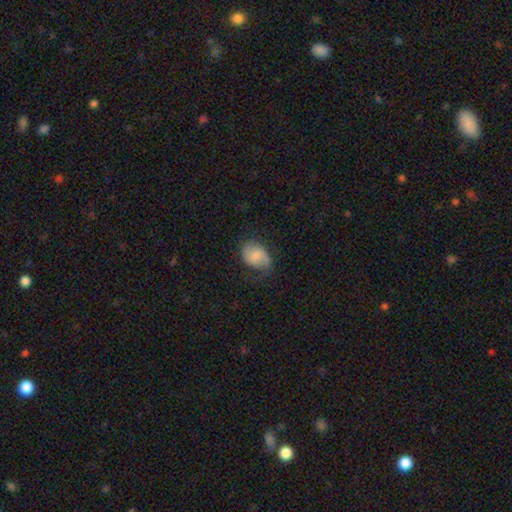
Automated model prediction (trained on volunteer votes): Q: Smooth or featured?
A: smooth (53%); runner-up: featured or disk (40%)
Q: How rounded?
A: in between (65%); runner-up: round (34%)
Q: Merging?
A: none (52%); runner-up: minor disturbance (28%)